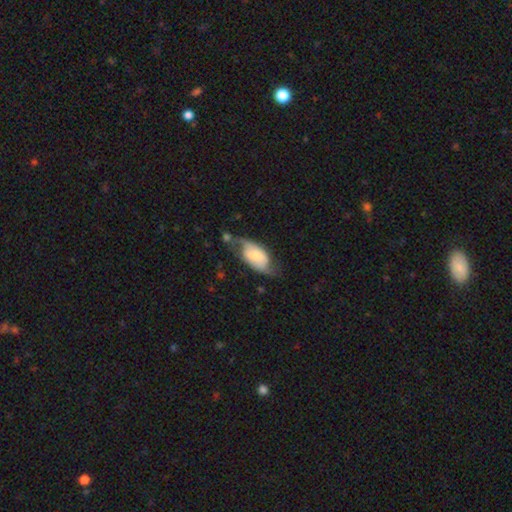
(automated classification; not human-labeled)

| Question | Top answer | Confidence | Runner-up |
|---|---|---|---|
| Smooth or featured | featured or disk | 49% | smooth (44%) |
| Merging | none | 40% | minor disturbance (31%) |